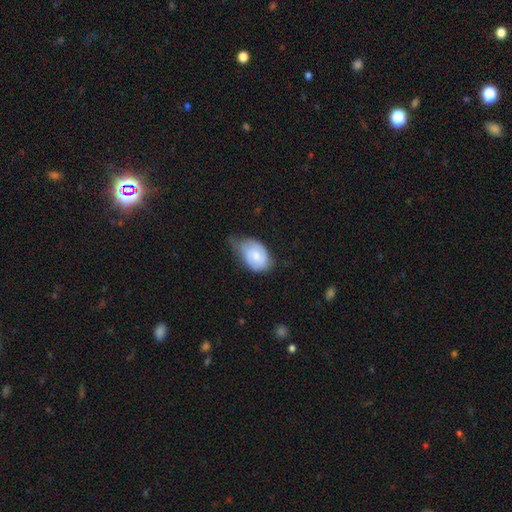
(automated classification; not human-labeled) Smooth or featured: smooth — 58% (featured or disk — 35%)
How rounded: in between — 83% (round — 16%)
Merging: minor disturbance — 47% (none — 31%)